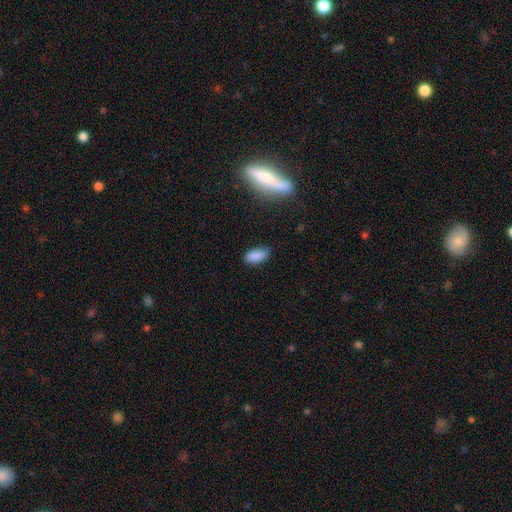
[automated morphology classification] type=smooth (87%); roundness=in between (90%); merging=none (78%).